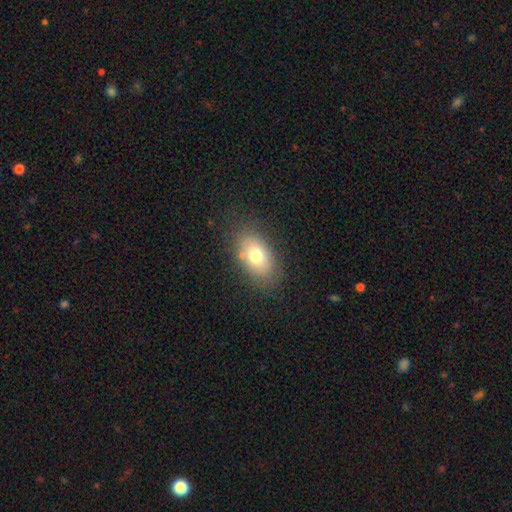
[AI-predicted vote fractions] smooth_or_featured: smooth (p=0.73) [alt: featured or disk p=0.17]
how_rounded: in between (p=0.87) [alt: round p=0.11]
merging: none (p=0.79) [alt: minor disturbance p=0.13]